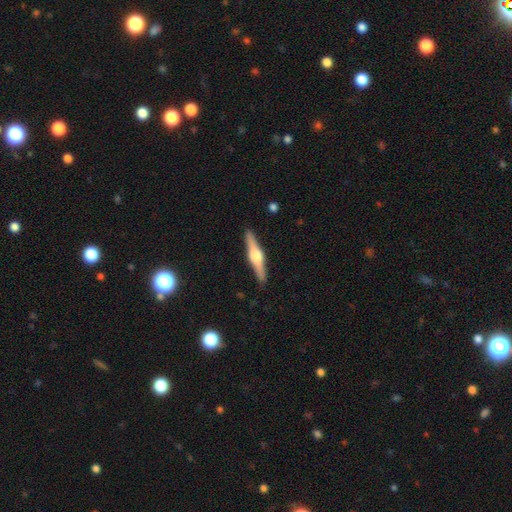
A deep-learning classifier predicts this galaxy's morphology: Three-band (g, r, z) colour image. It shows a featured or disk galaxy (78%) viewed edge-on (98%) with a rounded central bulge (93%). Merging: none (91%).